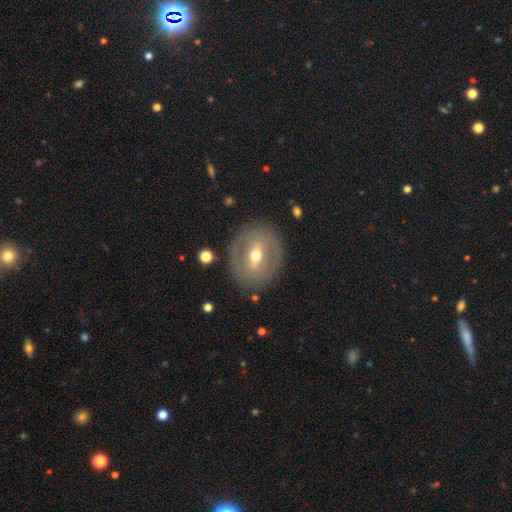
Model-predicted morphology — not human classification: Smooth or featured: featured or disk — 66% (smooth — 27%)
Edge-on disk: no — 86% (yes — 14%)
Bar: strong — 46% (weak — 38%)
Spiral arms: no — 74% (yes — 26%)
Bulge size: moderate — 65% (small — 29%)
Merging: none — 83% (minor disturbance — 11%)